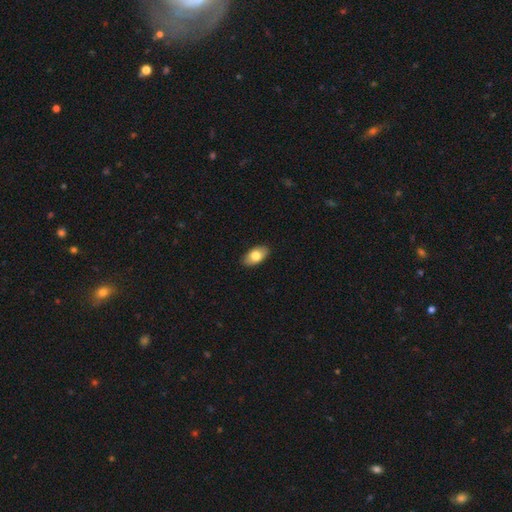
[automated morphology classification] smooth_or_featured: smooth (p=0.79) [alt: featured or disk p=0.14]
how_rounded: in between (p=0.93) [alt: round p=0.04]
merging: none (p=0.88) [alt: minor disturbance p=0.09]